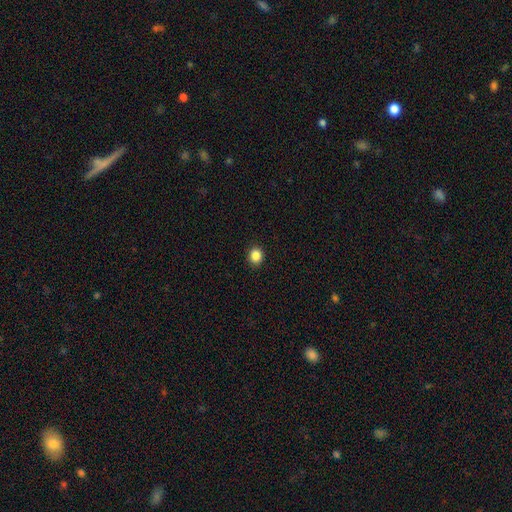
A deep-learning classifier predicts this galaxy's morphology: Smooth or featured? Predicted: smooth (p=0.86). How rounded? Predicted: round (p=0.78). Merging? Predicted: none (p=0.92).